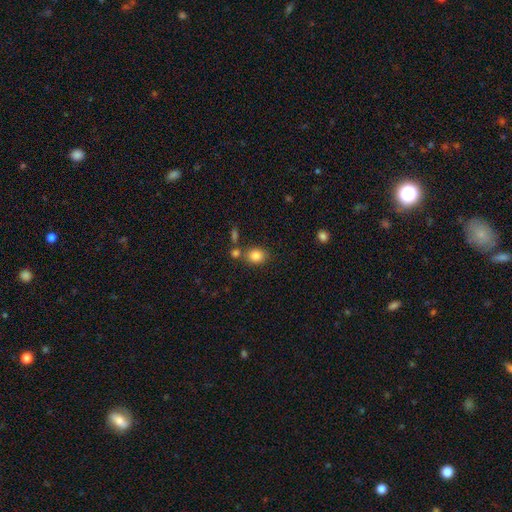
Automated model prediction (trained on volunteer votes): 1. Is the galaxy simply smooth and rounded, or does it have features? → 84% smooth, 10% star or artifact, 6% featured or disk.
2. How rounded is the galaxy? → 56% round, 43% in between, 1% cigar-shaped.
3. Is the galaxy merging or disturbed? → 70% none, 16% merger, 11% minor disturbance, 4% major disturbance.